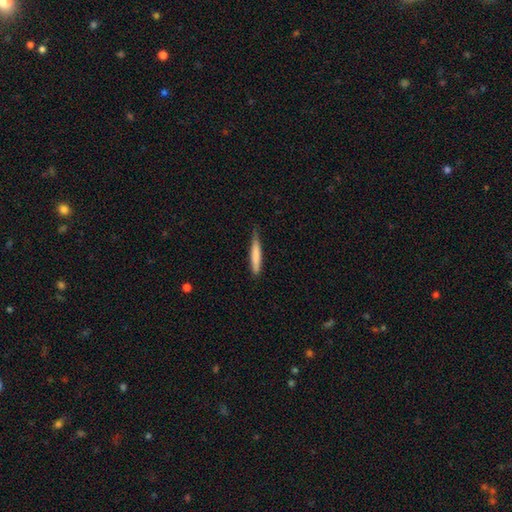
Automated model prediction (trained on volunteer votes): Q: Smooth or featured?
A: smooth (78%); runner-up: featured or disk (17%)
Q: How rounded?
A: cigar-shaped (92%); runner-up: in between (7%)
Q: Merging?
A: none (68%); runner-up: minor disturbance (27%)